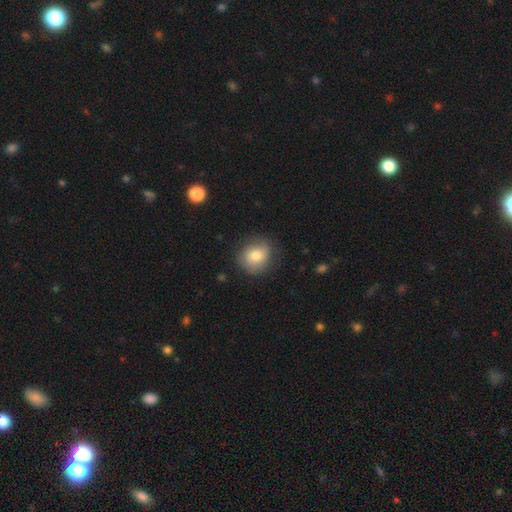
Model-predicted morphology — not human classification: Smooth or featured? Predicted: smooth (p=0.77). How rounded? Predicted: round (p=0.79). Merging? Predicted: none (p=0.78).